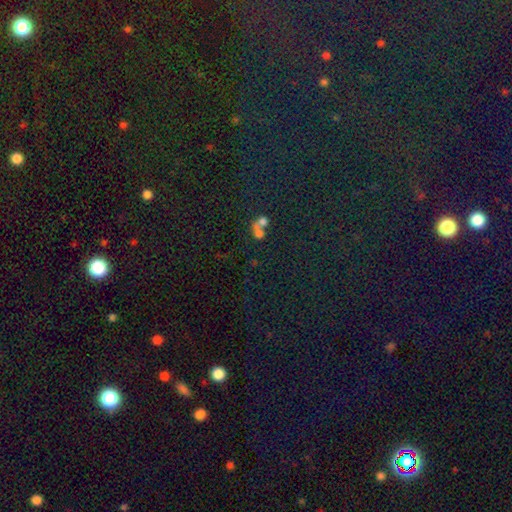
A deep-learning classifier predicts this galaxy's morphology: smooth-or-featured: star or artifact: 76% | smooth: 15% | featured or disk: 8%